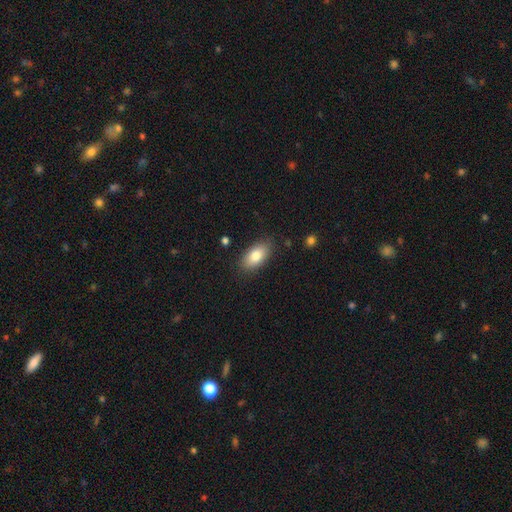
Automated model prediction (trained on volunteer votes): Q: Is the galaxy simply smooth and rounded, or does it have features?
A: smooth — 82%.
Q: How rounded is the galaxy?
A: in between — 91%.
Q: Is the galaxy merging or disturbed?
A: none — 84%.